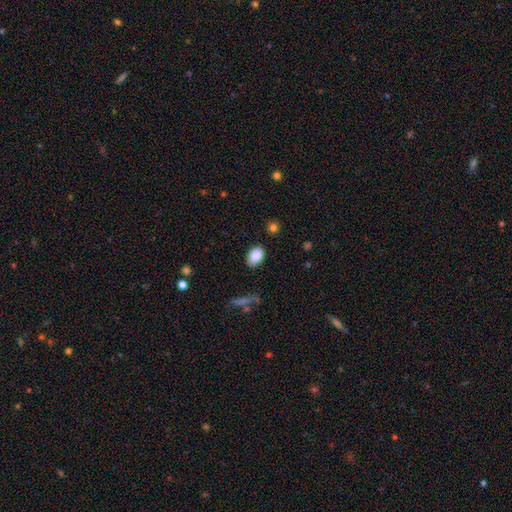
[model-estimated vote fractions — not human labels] Morphology: type=smooth (87%); roundness=in between (85%); merging=none (83%).